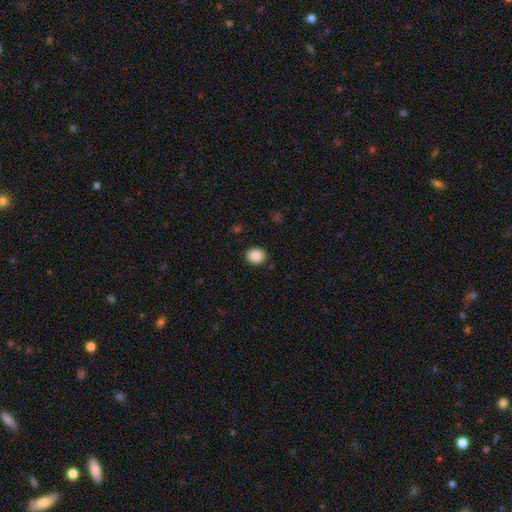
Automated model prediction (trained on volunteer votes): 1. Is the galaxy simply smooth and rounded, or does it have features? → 88% smooth, 8% star or artifact, 4% featured or disk.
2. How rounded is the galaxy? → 64% round, 35% in between, 1% cigar-shaped.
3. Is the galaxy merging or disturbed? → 88% none, 8% minor disturbance, 2% major disturbance, 1% merger.